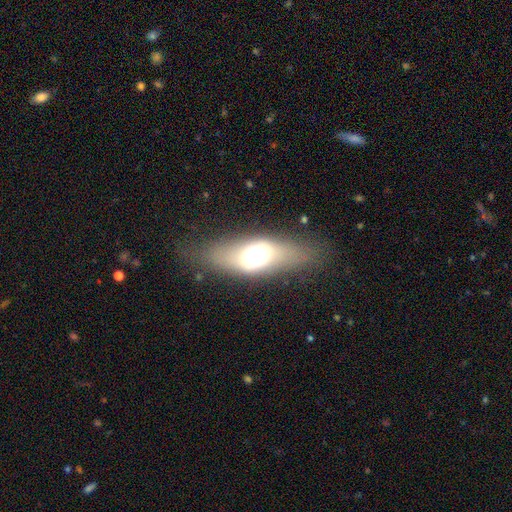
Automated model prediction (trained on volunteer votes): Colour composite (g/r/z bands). It shows a smooth galaxy with no disk features (52%) that is in between round and cigar-shaped (70%). Merging: none (77%).